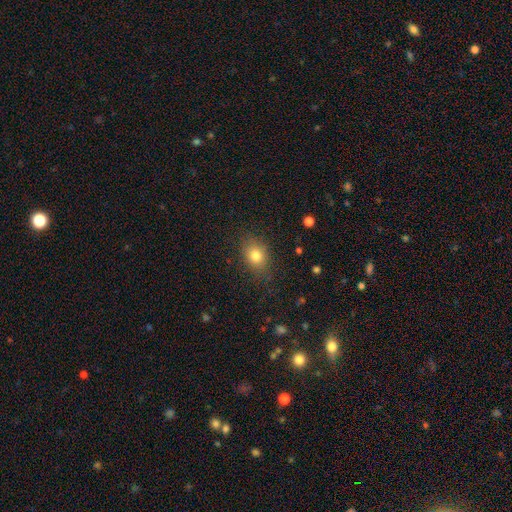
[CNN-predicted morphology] smooth_or_featured: smooth (p=0.80) [alt: star or artifact p=0.12]
how_rounded: in between (p=0.59) [alt: round p=0.40]
merging: none (p=0.83) [alt: minor disturbance p=0.12]